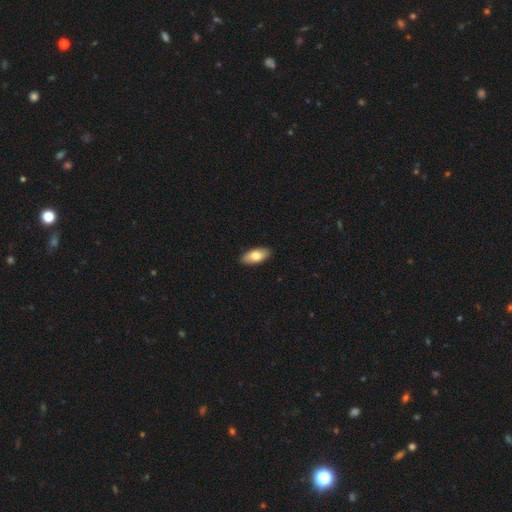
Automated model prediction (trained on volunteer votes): smooth 81%, featured or disk 14%, star or artifact 6%. Down the decision tree: how rounded — in between (90%); merging — none (90%).